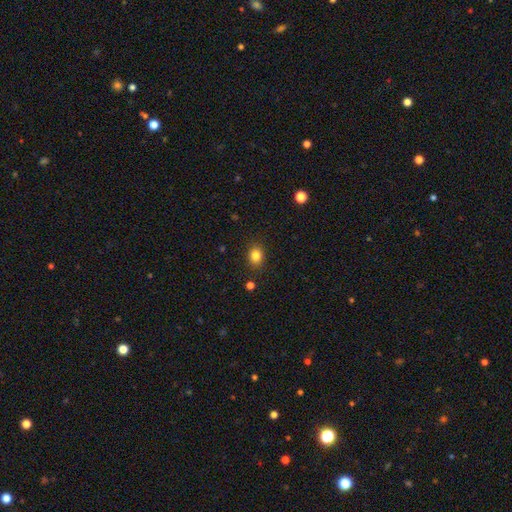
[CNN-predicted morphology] smooth_or_featured: smooth (p=0.82) [alt: star or artifact p=0.12]
how_rounded: round (p=0.61) [alt: in between p=0.38]
merging: none (p=0.88) [alt: minor disturbance p=0.08]